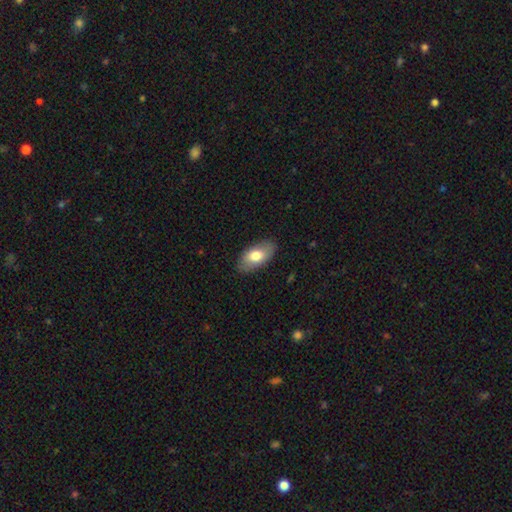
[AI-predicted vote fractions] Overall: smooth (73%). How rounded: in between (93%). Merging: none (85%).